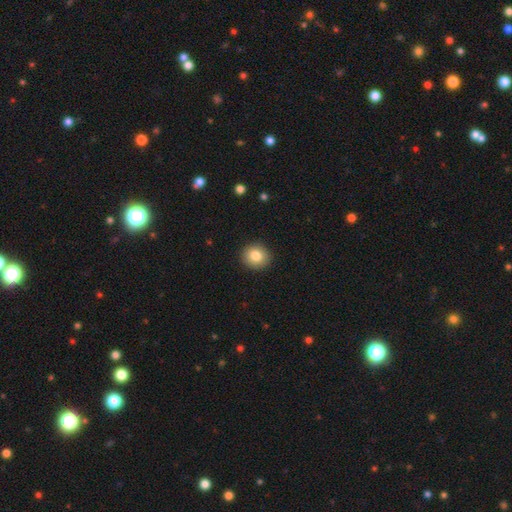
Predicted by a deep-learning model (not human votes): A smooth galaxy with no disk features (84%) that is round (83%).

Vote fractions:
- Smooth or featured? smooth: 84% / star or artifact: 9% / featured or disk: 7%
- How rounded? round: 83% / in between: 16% / cigar-shaped: 1%
- Merging? none: 91% / minor disturbance: 6% / major disturbance: 2% / merger: 1%